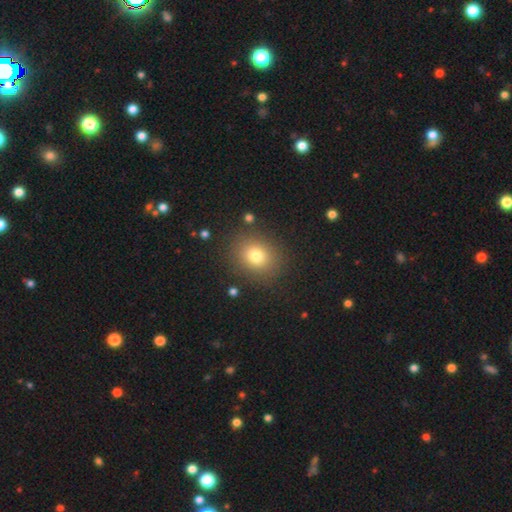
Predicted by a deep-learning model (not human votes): Overall: smooth (76%). How rounded: round (69%; in between 30%). Merging: none (86%).